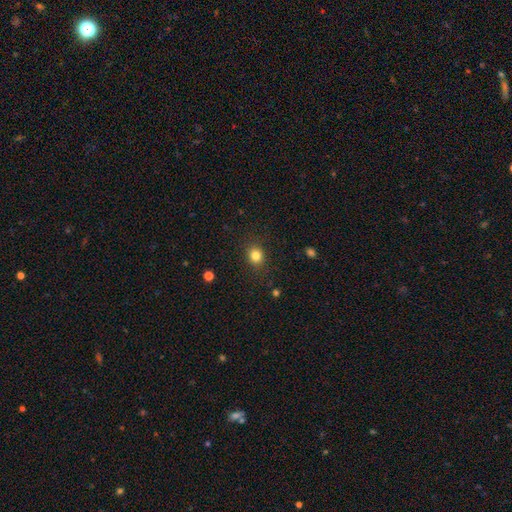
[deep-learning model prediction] Morphology: type=smooth (82%); roundness=round (72%); merging=none (87%).